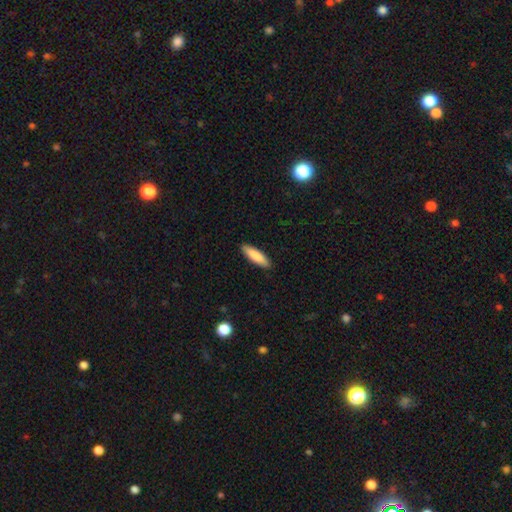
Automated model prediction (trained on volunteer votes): smooth_or_featured: smooth (p=0.86) [alt: featured or disk p=0.09]
how_rounded: cigar-shaped (p=0.62) [alt: in between p=0.37]
merging: none (p=0.90) [alt: minor disturbance p=0.07]